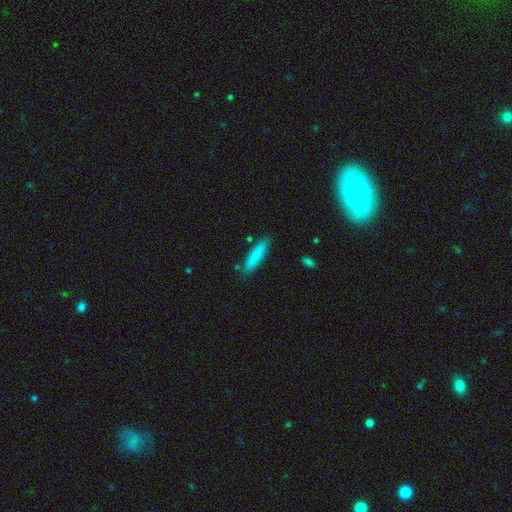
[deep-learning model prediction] Smooth or featured? Predicted: smooth (p=0.83). How rounded? Predicted: cigar-shaped (p=0.84). Merging? Predicted: none (p=0.85).